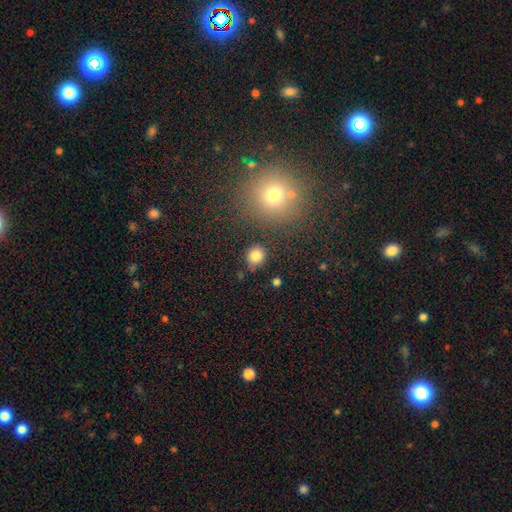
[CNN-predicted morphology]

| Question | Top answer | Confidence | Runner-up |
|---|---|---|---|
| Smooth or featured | smooth | 83% | star or artifact (12%) |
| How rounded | round | 85% | in between (14%) |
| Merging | none | 82% | minor disturbance (11%) |